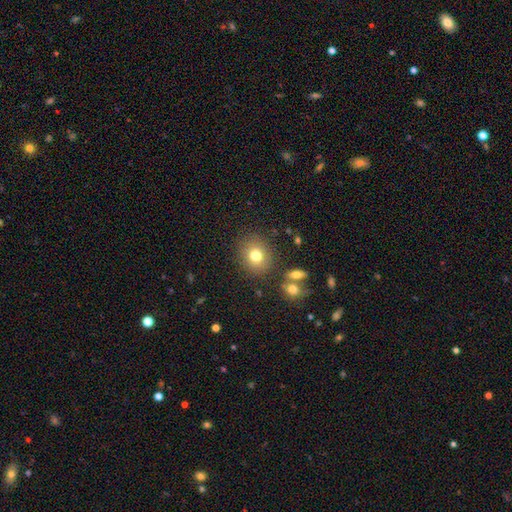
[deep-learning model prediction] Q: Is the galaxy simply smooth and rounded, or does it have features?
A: smooth — 77%.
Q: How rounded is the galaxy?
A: round — 75%.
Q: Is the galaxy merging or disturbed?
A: none — 82%.